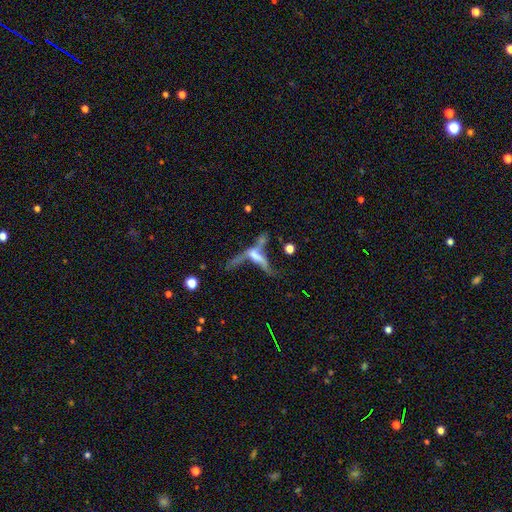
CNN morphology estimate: Smooth or featured? featured or disk (55%)
Edge-on disk? no (60%)
Merging? merger (45%)